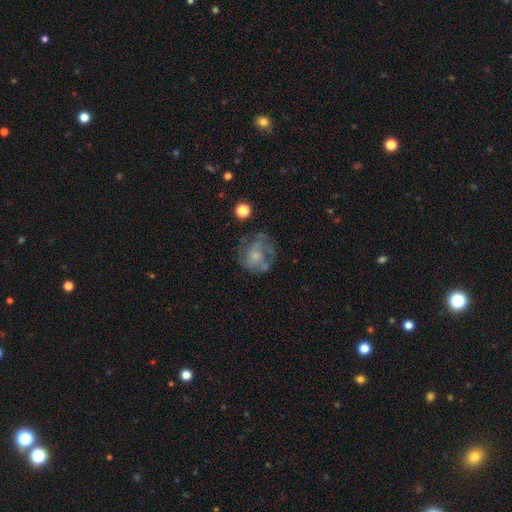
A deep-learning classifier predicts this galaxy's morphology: Smooth or featured?
  - featured or disk: 54% *
  - smooth: 35%
  - star or artifact: 11%
Edge-on disk?
  - no: 98% *
  - yes: 2%
Bar?
  - no: 83% *
  - weak: 14%
  - strong: 2%
Spiral arms?
  - no: 51% *
  - yes: 49%
Bulge size?
  - small: 54% *
  - moderate: 24%
  - none: 18%
  - large: 3%
  - dominant: 1%
Merging?
  - none: 48% *
  - major disturbance: 27%
  - minor disturbance: 22%
  - merger: 3%